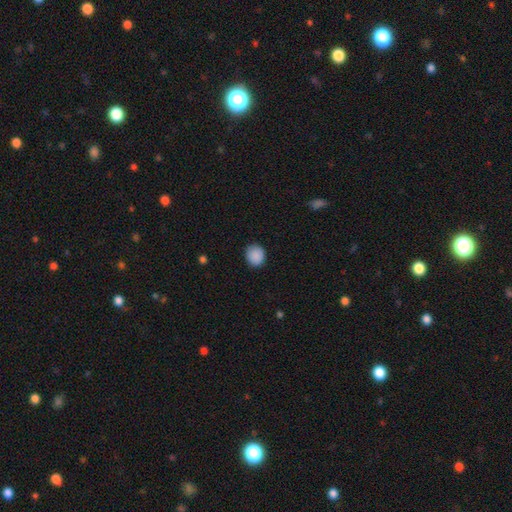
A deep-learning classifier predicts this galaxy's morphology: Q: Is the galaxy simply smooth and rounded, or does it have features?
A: smooth — 89%.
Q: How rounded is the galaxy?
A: round — 82%.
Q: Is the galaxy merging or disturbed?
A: none — 86%.